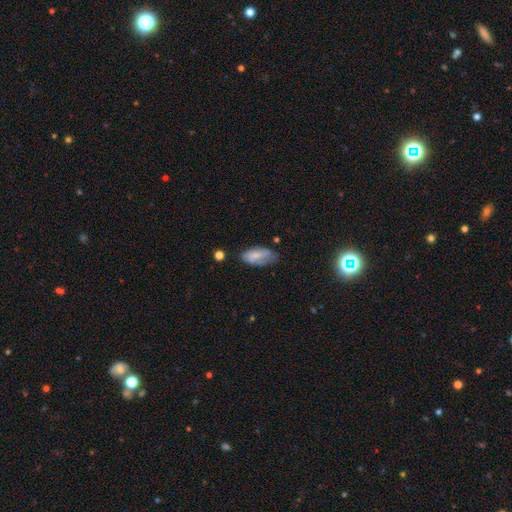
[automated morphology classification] Overall: smooth (64%; featured or disk 28%). How rounded: in between (88%). Merging: none (53%; minor disturbance 32%).